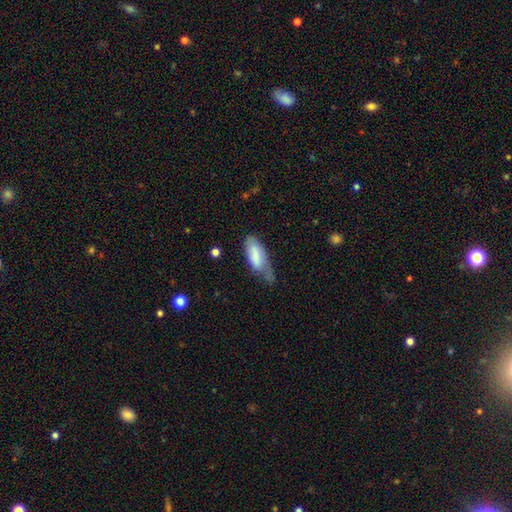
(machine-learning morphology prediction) smooth 72%, featured or disk 22%, star or artifact 6%. Down the decision tree: how rounded — in between (77%); merging — minor disturbance (41%).